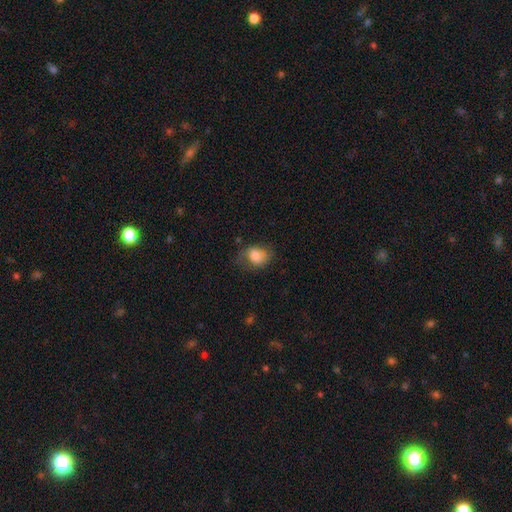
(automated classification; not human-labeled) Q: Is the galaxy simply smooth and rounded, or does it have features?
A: smooth — 77%.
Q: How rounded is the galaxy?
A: in between — 63%.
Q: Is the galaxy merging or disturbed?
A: none — 54%.